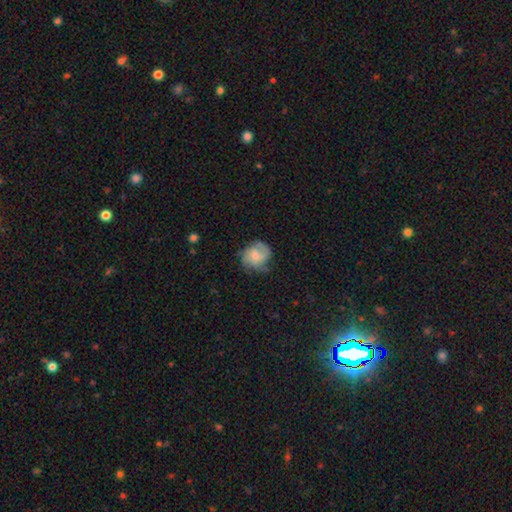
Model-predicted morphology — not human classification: A featured or disk galaxy (54%) with no bar (69%), spiral arms (86%) and a small central bulge (37%). Merging: none (63%).